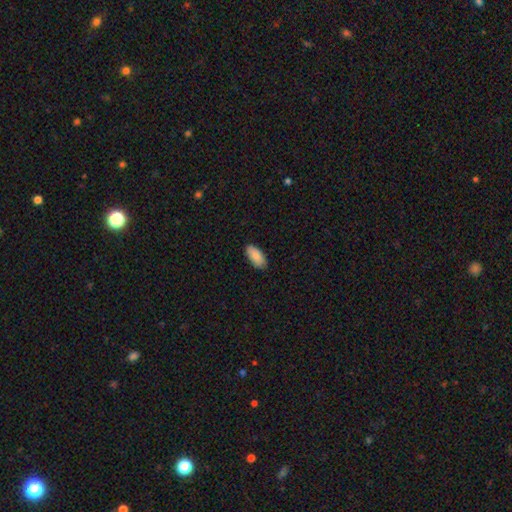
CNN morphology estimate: This appears to be a smooth galaxy with no disk features (88%) that is in between round and cigar-shaped (92%). Merging: none (87%).